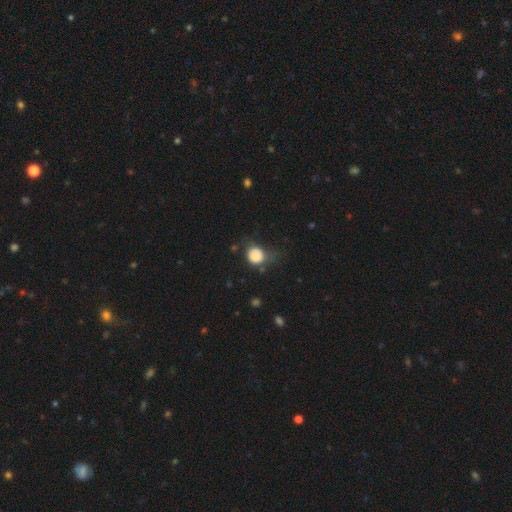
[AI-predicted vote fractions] smooth_or_featured: smooth (p=0.82) [alt: star or artifact p=0.09]
how_rounded: round (p=0.75) [alt: in between p=0.24]
merging: none (p=0.44) [alt: minor disturbance p=0.33]